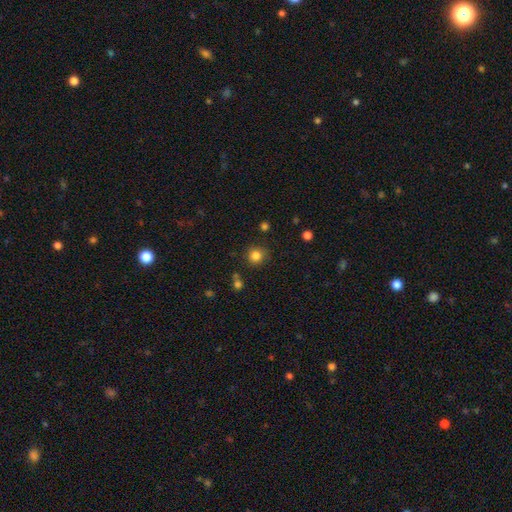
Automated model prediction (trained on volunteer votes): A smooth galaxy with no disk features (83%) that is round (91%). Merging: none (83%).